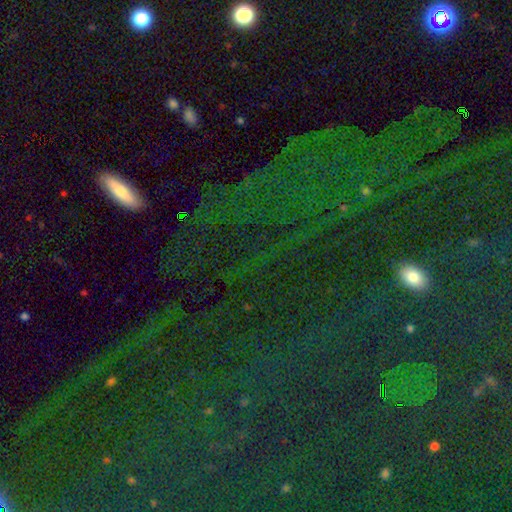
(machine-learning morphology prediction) Q: Smooth or featured?
A: star or artifact (63%); runner-up: smooth (24%)